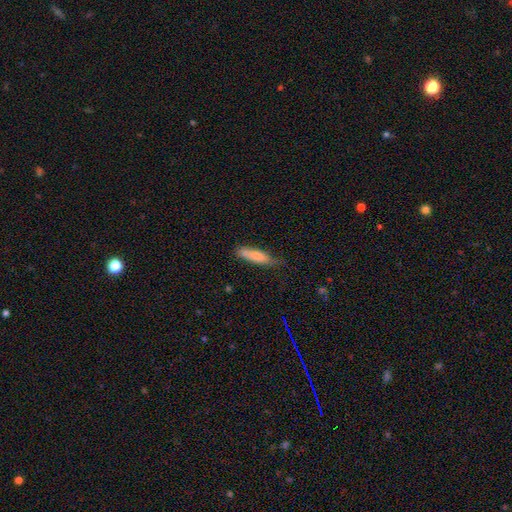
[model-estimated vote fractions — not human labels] Smooth or featured? Predicted: smooth (p=0.75). How rounded? Predicted: cigar-shaped (p=0.70). Merging? Predicted: none (p=0.68).